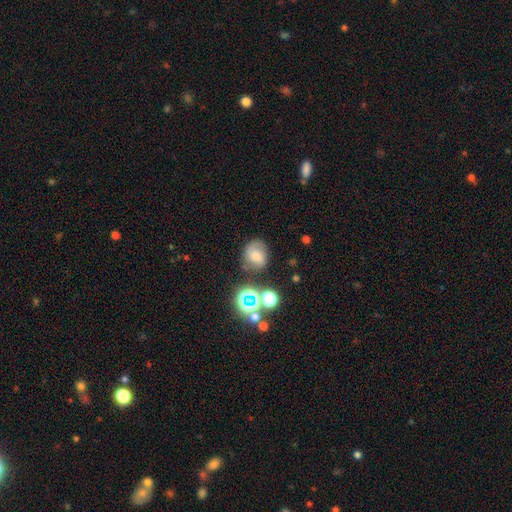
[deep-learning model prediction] A smooth galaxy with no disk features (59%) that is round (70%). Merging: none (66%).